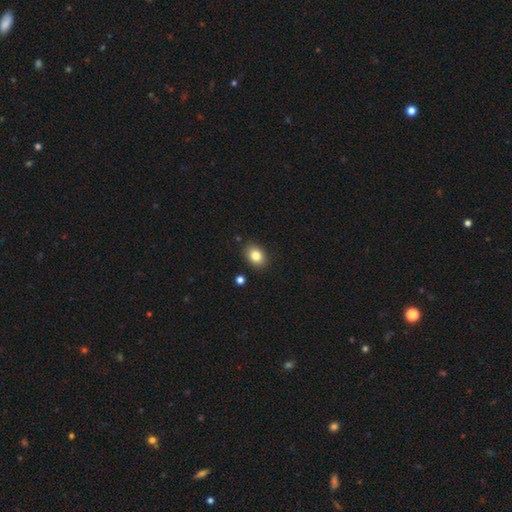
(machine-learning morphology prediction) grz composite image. It shows a smooth galaxy with no disk features (84%) that is in between round and cigar-shaped (71%). Merging: none (87%).